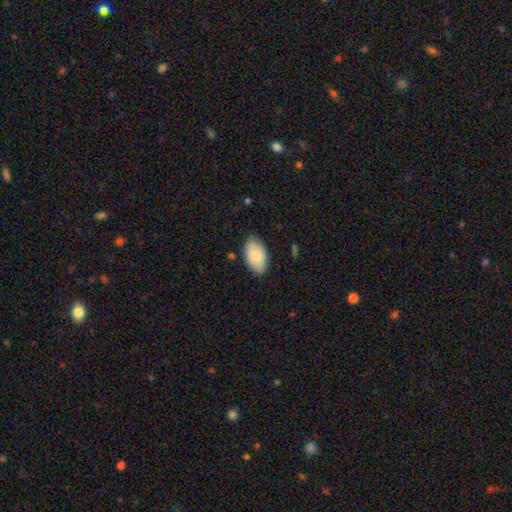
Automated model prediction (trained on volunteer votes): Smooth or featured? smooth (80%)
How rounded? in between (95%)
Merging? none (81%)